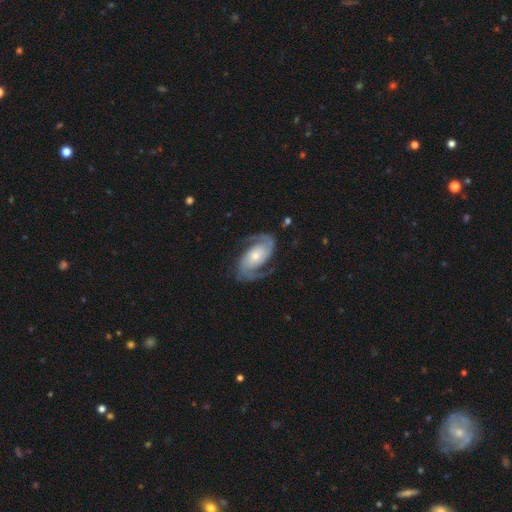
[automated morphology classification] A featured or disk galaxy (91%) with no bar (60%), 2 (94%) medium (52%) spiral arms (98%) and a small central bulge (45%).

Vote fractions:
- Smooth or featured? featured or disk: 91% / smooth: 5% / star or artifact: 4%
- Edge-on disk? no: 97% / yes: 3%
- Bar? no: 60% / weak: 27% / strong: 13%
- Spiral arms? yes: 98% / no: 2%
- Spiral winding? medium: 52% / tight: 25% / loose: 23%
- Spiral arm count? 2: 94% / can't tell: 2% / 1: 1% / 3: 1% / 4: 1% / more than 4: 1%
- Bulge size? small: 45% / moderate: 44% / large: 7% / none: 2% / dominant: 2%
- Merging? none: 78% / minor disturbance: 13% / major disturbance: 8% / merger: 1%